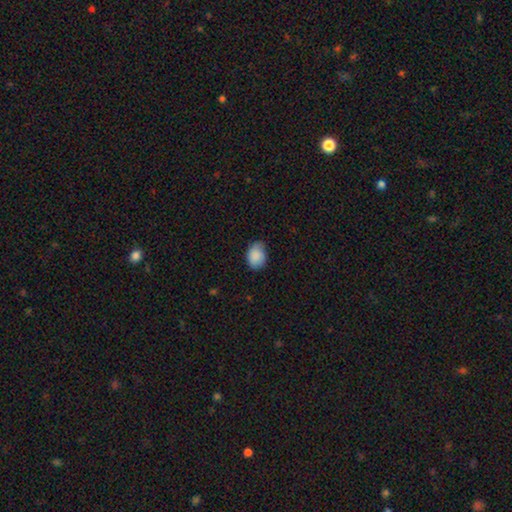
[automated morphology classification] A smooth galaxy with no disk features (87%) that is in between round and cigar-shaped (72%). Merging: none (65%).